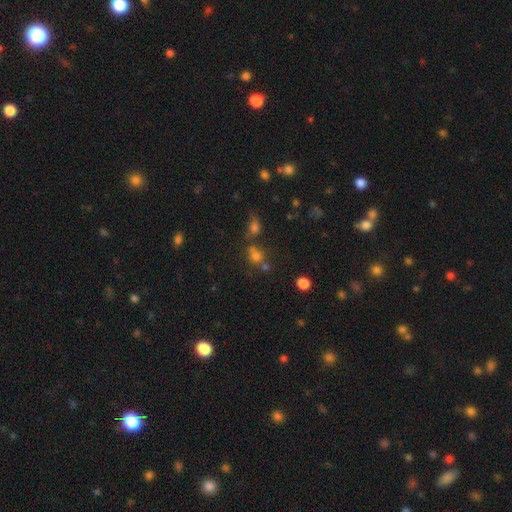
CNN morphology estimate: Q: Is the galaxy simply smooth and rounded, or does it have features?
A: smooth — 66%.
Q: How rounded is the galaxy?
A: round — 75%.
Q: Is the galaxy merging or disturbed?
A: none — 51%.